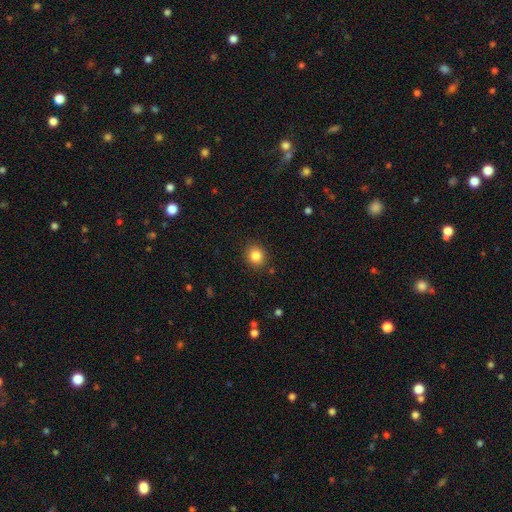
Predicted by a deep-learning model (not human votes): Morphology: type=smooth (84%); roundness=round (83%); merging=none (89%).